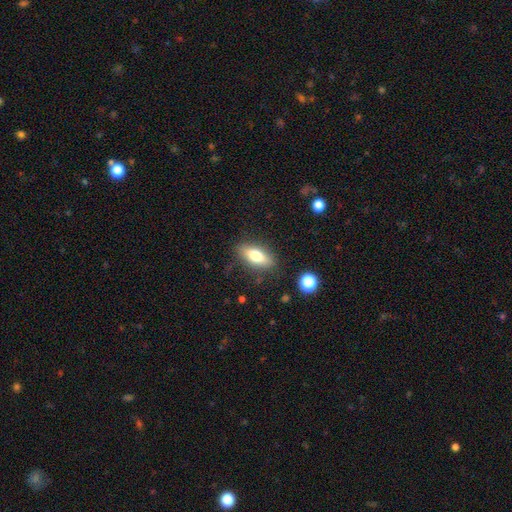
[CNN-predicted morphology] A smooth galaxy with no disk features (72%) that is in between round and cigar-shaped (76%).

Vote fractions:
- Smooth or featured? smooth: 72% / featured or disk: 21% / star or artifact: 8%
- How rounded? in between: 76% / cigar-shaped: 20% / round: 4%
- Merging? none: 83% / minor disturbance: 12% / major disturbance: 3% / merger: 2%